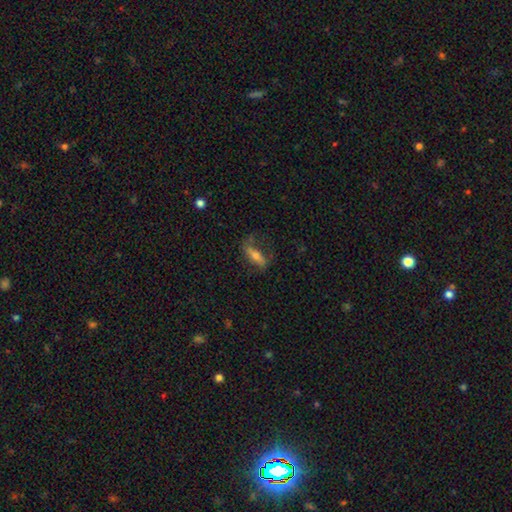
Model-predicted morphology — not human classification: type=smooth (52%); roundness=in between (53%); merging=none (59%).